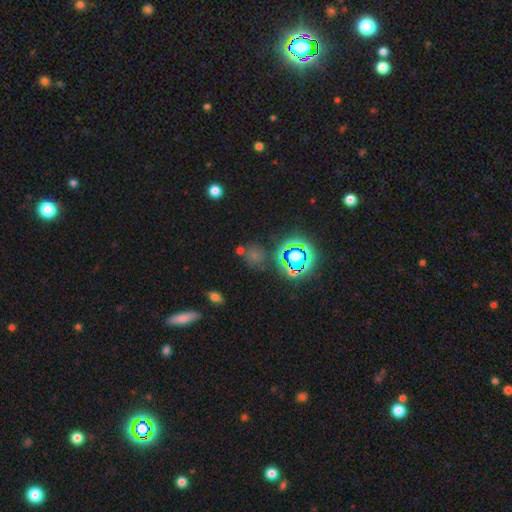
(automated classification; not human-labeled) The model was most divided on "smooth or featured": smooth: 47%, star or artifact: 42%, featured or disk: 11%. More confident: merging — none (70%).